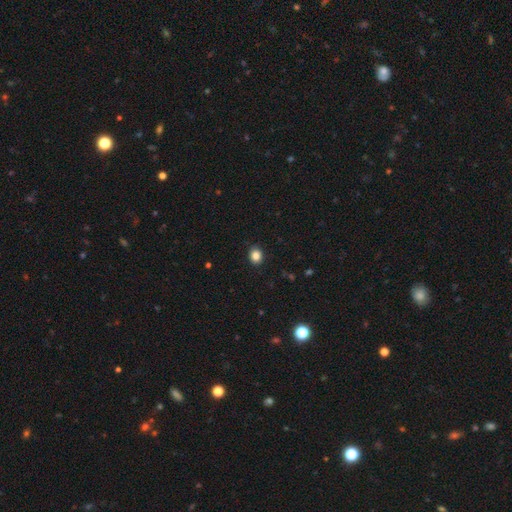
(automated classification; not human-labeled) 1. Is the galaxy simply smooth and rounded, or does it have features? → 86% smooth, 10% star or artifact, 4% featured or disk.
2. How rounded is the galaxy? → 59% round, 40% in between, 1% cigar-shaped.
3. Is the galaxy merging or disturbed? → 89% none, 8% minor disturbance, 2% major disturbance, 1% merger.